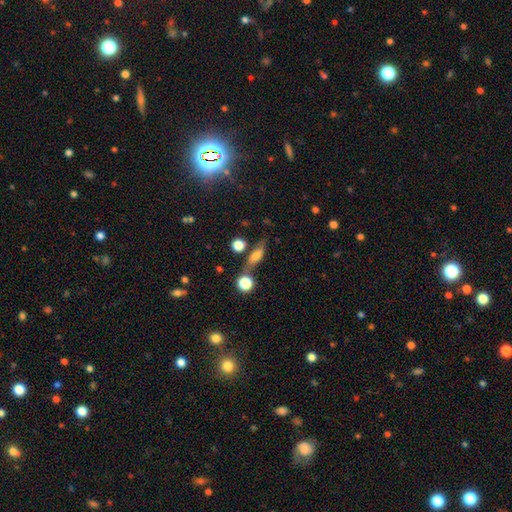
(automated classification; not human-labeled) Overall: smooth (63%; featured or disk 24%). How rounded: in between (49%; cigar-shaped 39%). Merging: none (61%).